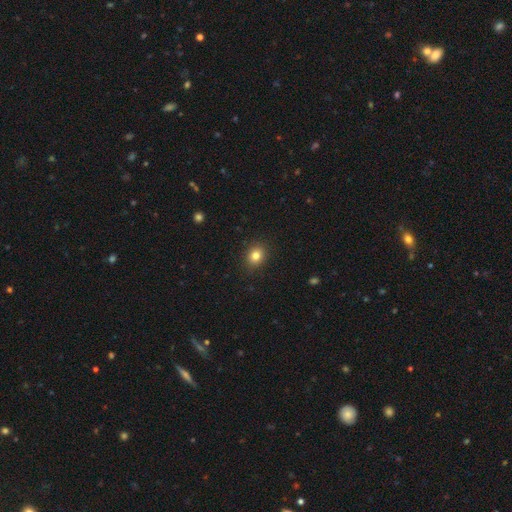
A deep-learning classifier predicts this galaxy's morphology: Smooth or featured?
  - smooth: 82% *
  - star or artifact: 12%
  - featured or disk: 7%
How rounded?
  - round: 66% *
  - in between: 33%
  - cigar-shaped: 1%
Merging?
  - none: 90% *
  - minor disturbance: 7%
  - major disturbance: 2%
  - merger: 1%